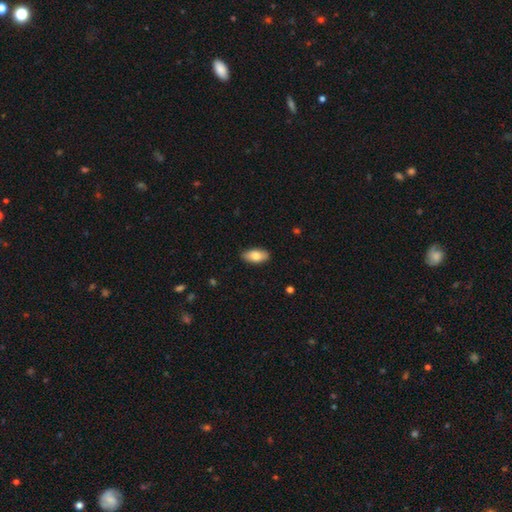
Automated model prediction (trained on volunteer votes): Smooth or featured? Predicted: smooth (p=0.80). How rounded? Predicted: in between (p=0.91). Merging? Predicted: none (p=0.88).